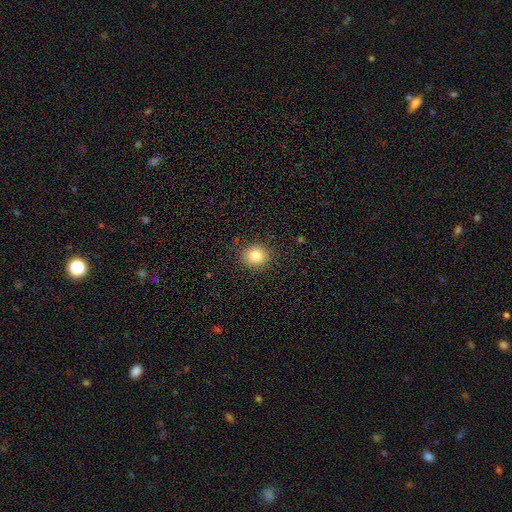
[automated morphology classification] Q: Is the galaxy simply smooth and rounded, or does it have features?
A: smooth — 82%.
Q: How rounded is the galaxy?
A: round — 84%.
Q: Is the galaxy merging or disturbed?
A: none — 89%.